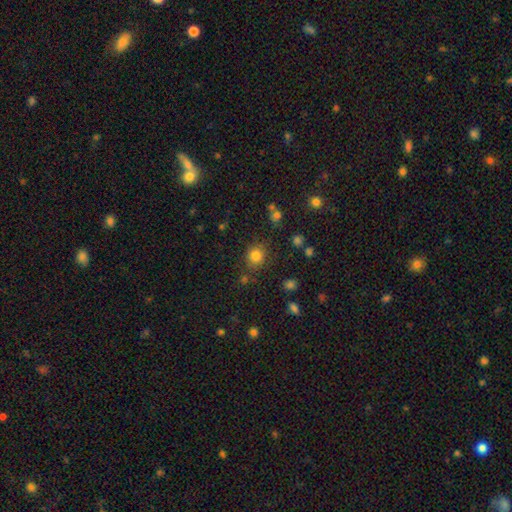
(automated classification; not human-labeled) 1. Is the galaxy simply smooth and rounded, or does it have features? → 80% smooth, 14% star or artifact, 5% featured or disk.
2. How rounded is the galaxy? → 85% round, 14% in between, 1% cigar-shaped.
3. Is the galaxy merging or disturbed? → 81% none, 11% minor disturbance, 4% merger, 4% major disturbance.